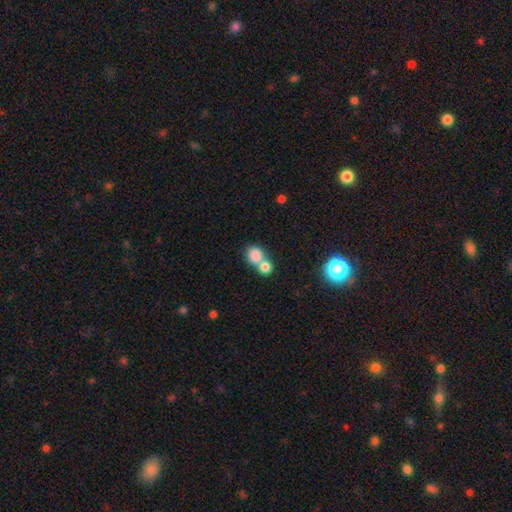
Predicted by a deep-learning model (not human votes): Overall: smooth (81%). How rounded: round (70%). Merging: merger (59%; none 32%).